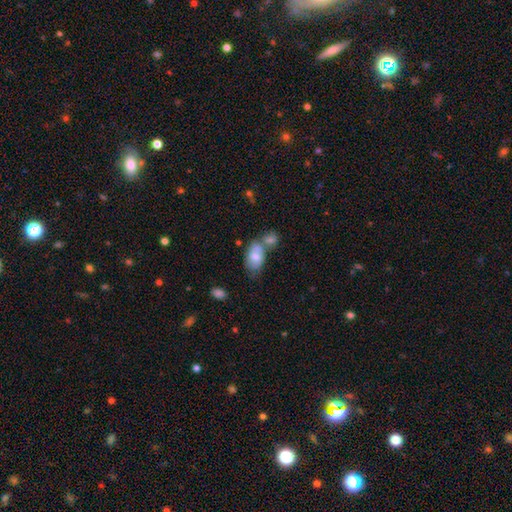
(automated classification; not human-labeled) smooth-or-featured: smooth: 71% | featured or disk: 21% | star or artifact: 7%
  how-rounded: in between: 90% | round: 8% | cigar-shaped: 2%
  merging: merger: 46% | none: 31% | minor disturbance: 15% | major disturbance: 7%